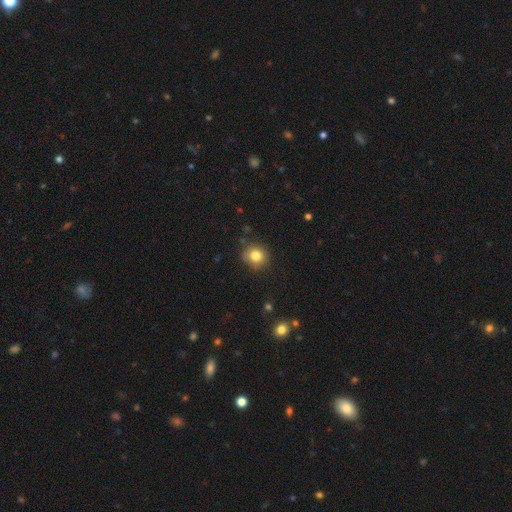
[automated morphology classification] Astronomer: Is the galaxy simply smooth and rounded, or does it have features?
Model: smooth — 82%.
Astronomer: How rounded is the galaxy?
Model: round — 87%.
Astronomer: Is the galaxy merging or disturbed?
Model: none — 81%.